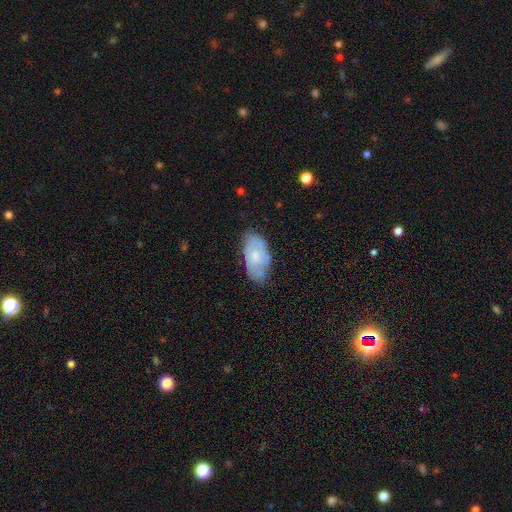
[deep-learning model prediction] Smooth or featured?
  - smooth: 50% *
  - featured or disk: 44%
  - star or artifact: 6%
Merging?
  - none: 65% *
  - minor disturbance: 26%
  - major disturbance: 6%
  - merger: 2%